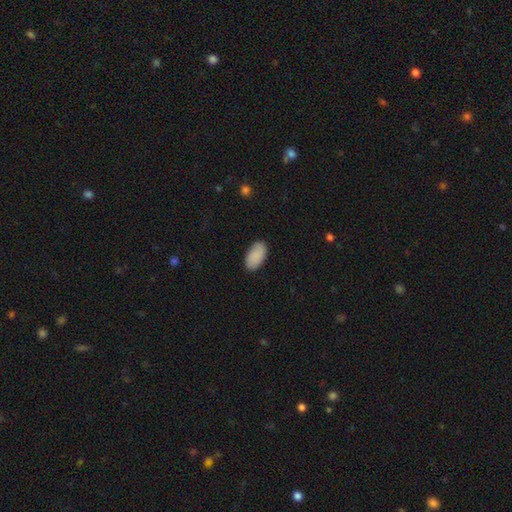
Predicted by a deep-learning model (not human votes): smooth_or_featured: smooth (p=0.90) [alt: star or artifact p=0.06]
how_rounded: in between (p=0.96) [alt: round p=0.03]
merging: none (p=0.86) [alt: minor disturbance p=0.11]